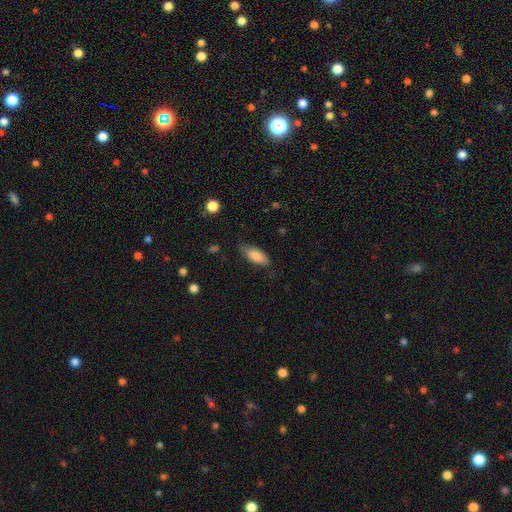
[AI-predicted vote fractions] Smooth or featured: smooth — 82% (featured or disk — 11%)
How rounded: in between — 81% (cigar-shaped — 17%)
Merging: none — 74% (minor disturbance — 20%)